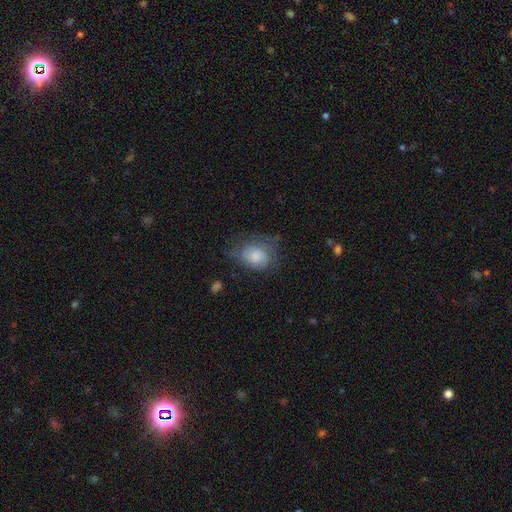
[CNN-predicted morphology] smooth_or_featured: smooth (p=0.60) [alt: featured or disk p=0.32]
how_rounded: in between (p=0.56) [alt: round p=0.43]
merging: none (p=0.47) [alt: minor disturbance p=0.30]